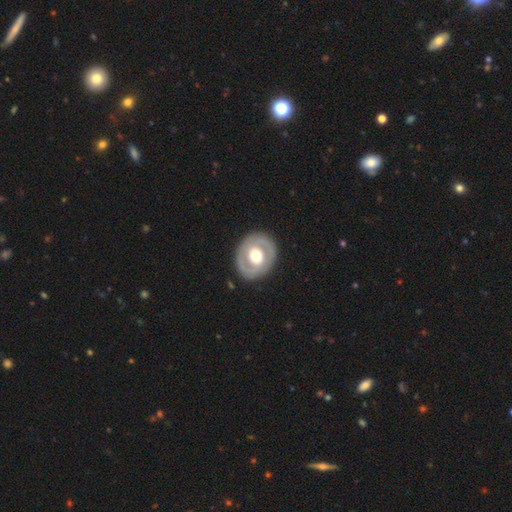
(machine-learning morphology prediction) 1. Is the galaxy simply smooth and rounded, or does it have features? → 63% featured or disk, 32% smooth, 4% star or artifact.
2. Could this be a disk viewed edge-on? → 96% no, 4% yes.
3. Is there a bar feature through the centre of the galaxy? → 70% no, 21% weak, 9% strong.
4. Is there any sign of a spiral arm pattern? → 67% no, 33% yes.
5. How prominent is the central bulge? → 61% moderate, 33% large, 4% small, 2% dominant, 1% none.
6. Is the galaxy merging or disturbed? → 85% none, 10% minor disturbance, 4% major disturbance, 1% merger.